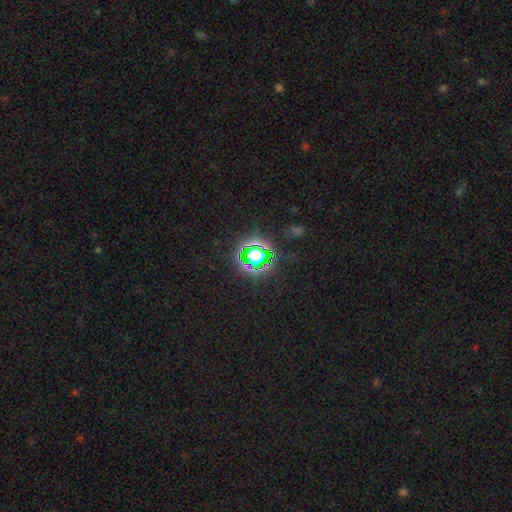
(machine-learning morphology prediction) This is likely a star or artifact rather than a galaxy (68%).